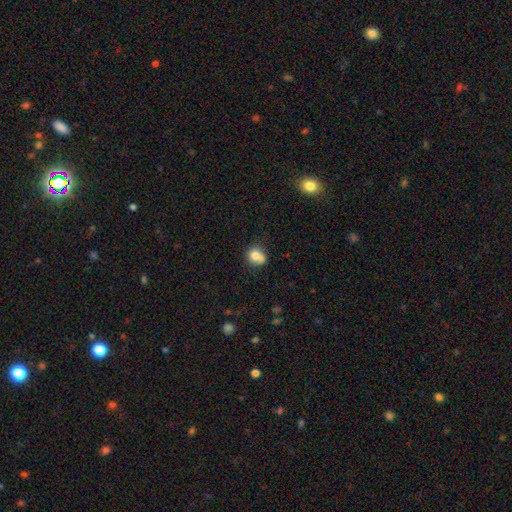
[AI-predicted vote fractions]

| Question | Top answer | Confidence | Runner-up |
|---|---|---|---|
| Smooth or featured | smooth | 77% | featured or disk (13%) |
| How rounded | round | 78% | in between (22%) |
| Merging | none | 46% | merger (32%) |